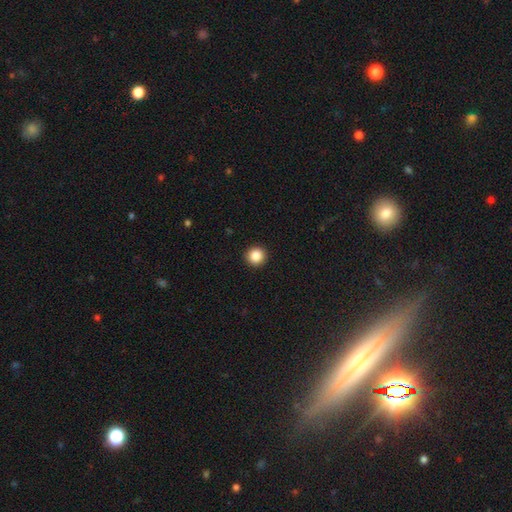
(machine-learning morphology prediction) The model was most divided on "smooth or featured": smooth: 87%, star or artifact: 10%, featured or disk: 3%. More confident: how rounded — round (96%); merging — none (93%).